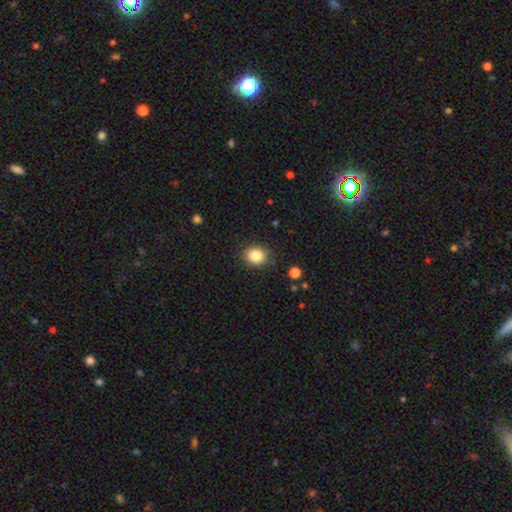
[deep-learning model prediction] smooth 84%, star or artifact 10%, featured or disk 5%. Down the decision tree: how rounded — round (70%); merging — none (87%).